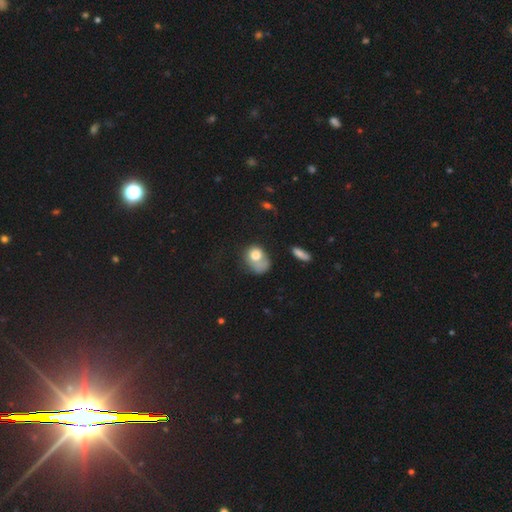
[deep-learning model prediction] Overall: smooth (69%). How rounded: in between (53%; round 46%). Merging: major disturbance (35%; none 26%).